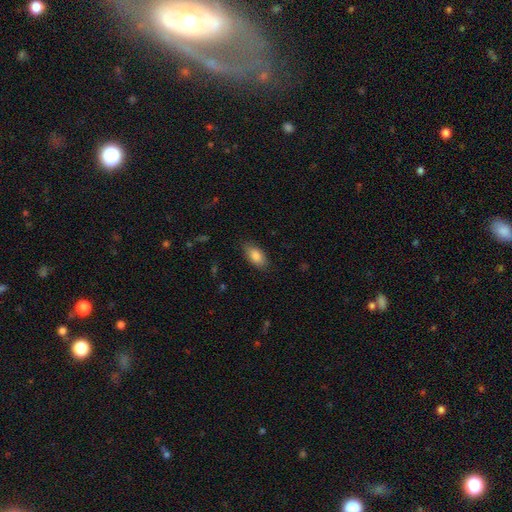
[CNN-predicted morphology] The model was most divided on "merging": none: 84%, minor disturbance: 12%, major disturbance: 3%, merger: 1%. More confident: how rounded — in between (91%); smooth or featured — smooth (86%).